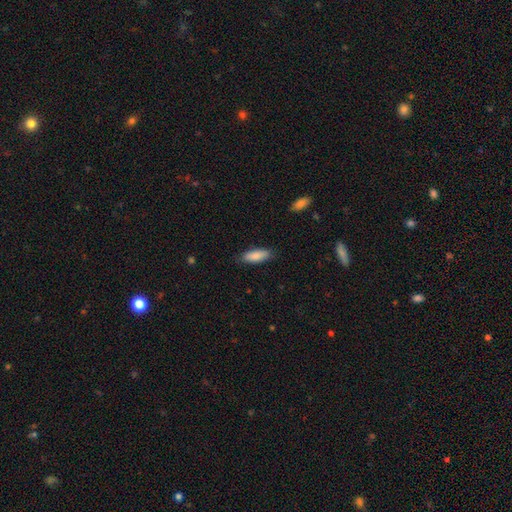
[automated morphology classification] Smooth or featured: smooth — 86% (featured or disk — 8%)
How rounded: in between — 68% (cigar-shaped — 31%)
Merging: none — 83% (minor disturbance — 13%)